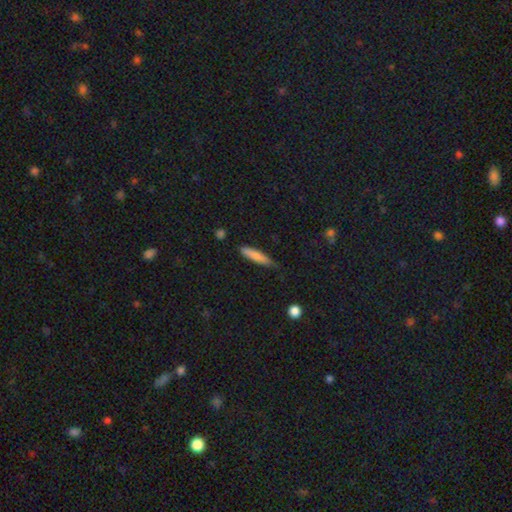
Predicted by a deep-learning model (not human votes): The model was most divided on "merging": none: 72%, minor disturbance: 23%, major disturbance: 3%, merger: 2%. More confident: how rounded — cigar-shaped (85%); smooth or featured — smooth (80%).